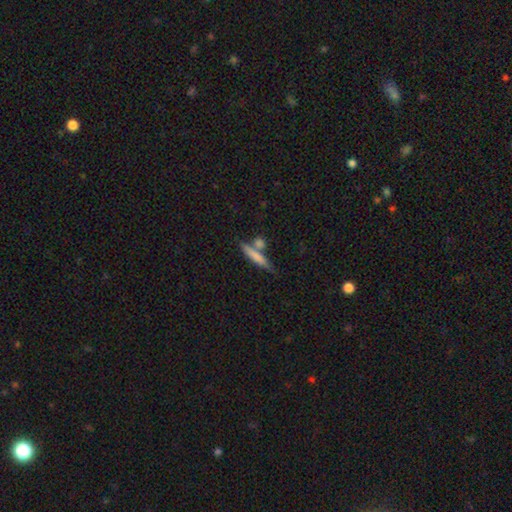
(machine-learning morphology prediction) Smooth or featured: smooth — 66% (featured or disk — 27%)
How rounded: cigar-shaped — 85% (in between — 12%)
Merging: none — 60% (merger — 25%)